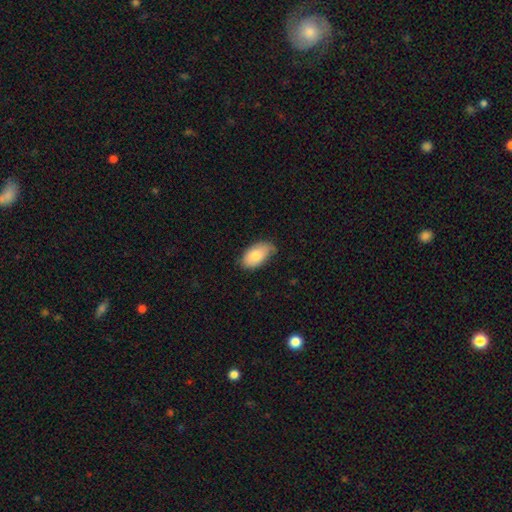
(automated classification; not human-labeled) Q: Smooth or featured?
A: smooth (78%); runner-up: featured or disk (16%)
Q: How rounded?
A: in between (94%); runner-up: round (4%)
Q: Merging?
A: none (67%); runner-up: minor disturbance (28%)